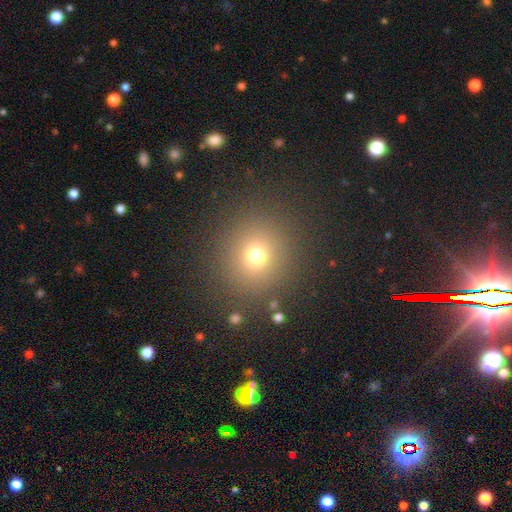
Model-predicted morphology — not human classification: A smooth galaxy with no disk features (70%) that is round (91%).

Vote fractions:
- Smooth or featured? smooth: 70% / star or artifact: 20% / featured or disk: 9%
- How rounded? round: 91% / in between: 8% / cigar-shaped: 1%
- Merging? none: 88% / minor disturbance: 7% / major disturbance: 4% / merger: 2%